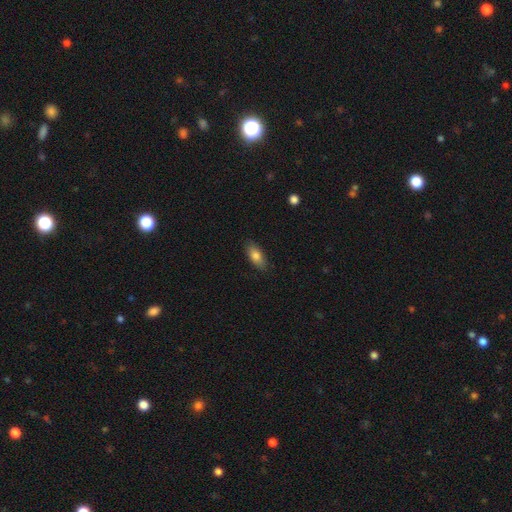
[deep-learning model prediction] smooth_or_featured: smooth (p=0.81) [alt: featured or disk p=0.12]
how_rounded: in between (p=0.85) [alt: cigar-shaped p=0.12]
merging: none (p=0.86) [alt: minor disturbance p=0.10]